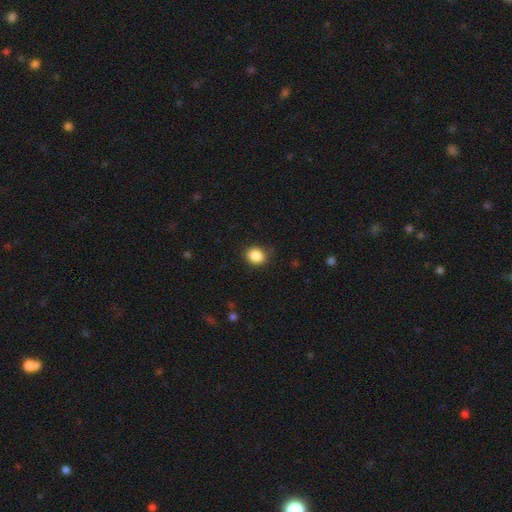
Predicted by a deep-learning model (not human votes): Smooth or featured: smooth — 87% (star or artifact — 9%)
How rounded: round — 60% (in between — 39%)
Merging: none — 86% (minor disturbance — 11%)